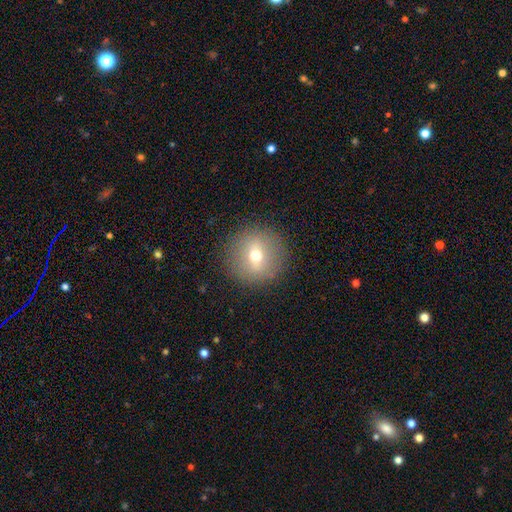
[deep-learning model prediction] A smooth galaxy with no disk features (52%) that is round (93%). Merging: none (90%).